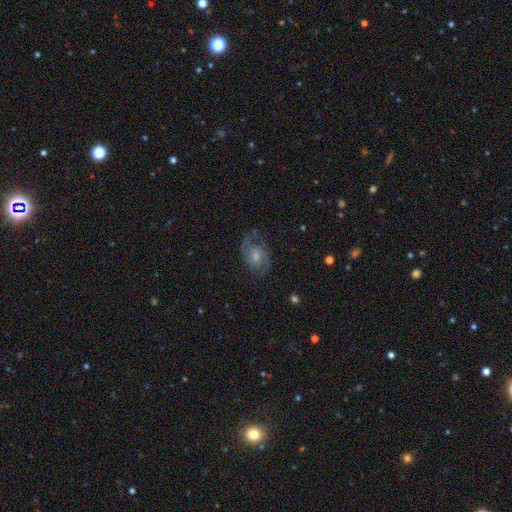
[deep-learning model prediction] smooth_or_featured: featured or disk (p=0.69) [alt: smooth p=0.18]
disk_edge_on: no (p=0.97) [alt: yes p=0.03]
bar: no (p=0.59) [alt: weak p=0.35]
has_spiral_arms: yes (p=0.91) [alt: no p=0.09]
spiral_winding: medium (p=0.49) [alt: tight p=0.34]
spiral_arm_count: 2 (p=0.78) [alt: can't tell p=0.13]
bulge_size: moderate (p=0.46) [alt: small p=0.40]
merging: none (p=0.73) [alt: minor disturbance p=0.16]